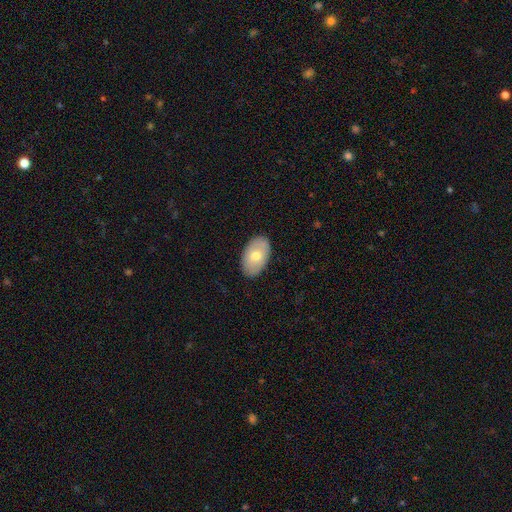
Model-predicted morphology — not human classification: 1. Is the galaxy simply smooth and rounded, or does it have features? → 68% smooth, 26% featured or disk, 6% star or artifact.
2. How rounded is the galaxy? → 92% in between, 7% round, 1% cigar-shaped.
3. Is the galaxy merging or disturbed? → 88% none, 9% minor disturbance, 2% major disturbance, 1% merger.